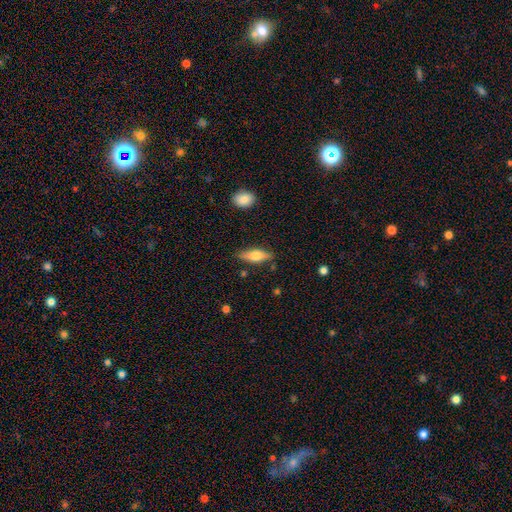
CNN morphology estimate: This appears to be a smooth galaxy with no disk features (62%) that is in between round and cigar-shaped (55%). Merging: none (82%).